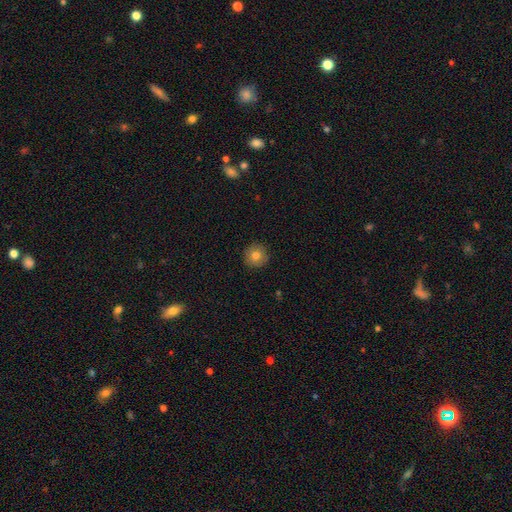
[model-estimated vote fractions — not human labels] smooth_or_featured: smooth (p=0.80) [alt: featured or disk p=0.11]
how_rounded: round (p=0.95) [alt: in between p=0.04]
merging: none (p=0.91) [alt: minor disturbance p=0.06]